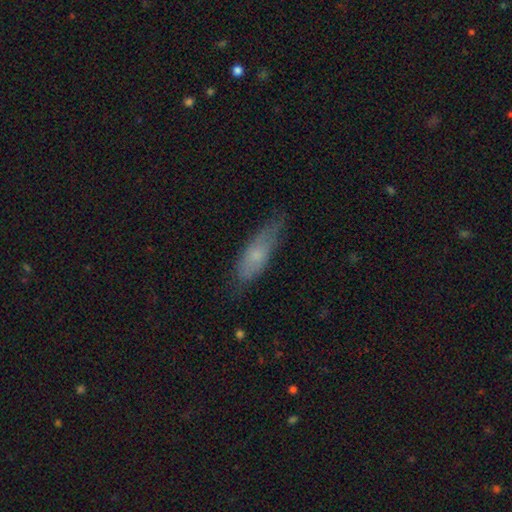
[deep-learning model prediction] The model was most divided on "how rounded": in between: 50%, cigar-shaped: 48%, round: 2%. More confident: merging — none (64%); smooth or featured — smooth (63%).